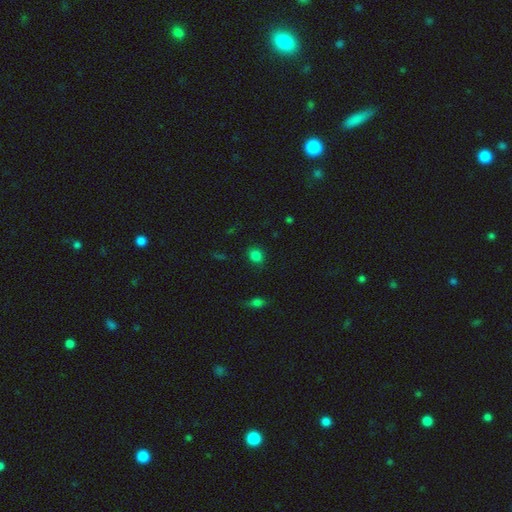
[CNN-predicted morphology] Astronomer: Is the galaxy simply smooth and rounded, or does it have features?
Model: smooth — 81%.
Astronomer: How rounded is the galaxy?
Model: round — 65%.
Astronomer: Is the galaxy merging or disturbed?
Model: none — 85%.